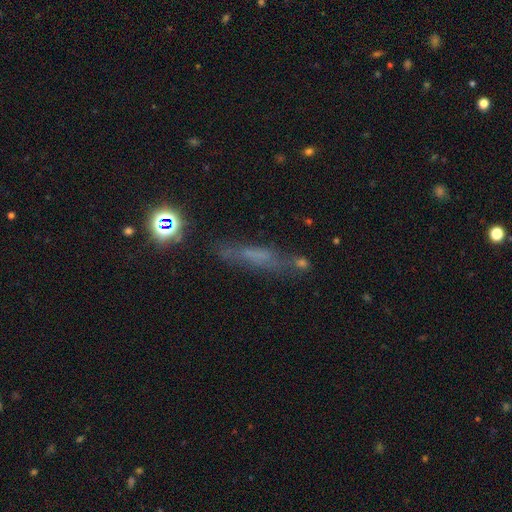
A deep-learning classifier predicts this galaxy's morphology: Smooth or featured: smooth — 45% (featured or disk — 32%)
Merging: none — 63% (minor disturbance — 20%)